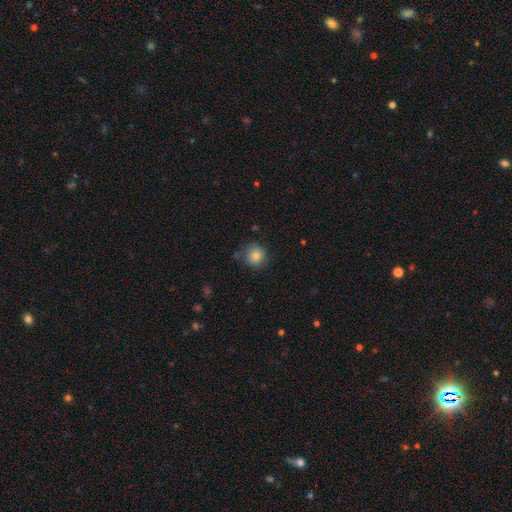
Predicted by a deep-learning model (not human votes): Morphology: type=smooth (80%); roundness=round (91%); merging=none (76%).